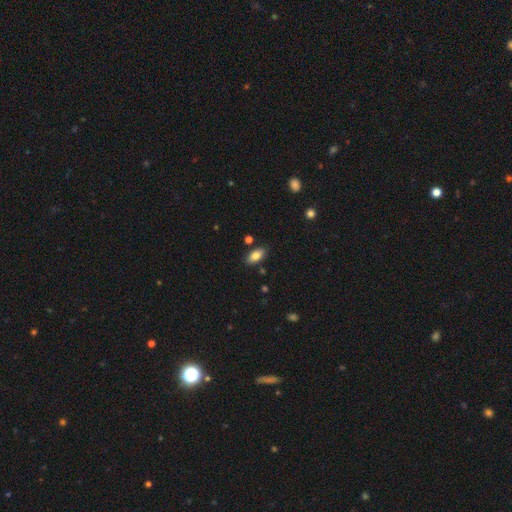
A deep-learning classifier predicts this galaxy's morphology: Smooth or featured: smooth — 82% (featured or disk — 10%)
How rounded: in between — 92% (cigar-shaped — 5%)
Merging: none — 84% (minor disturbance — 10%)